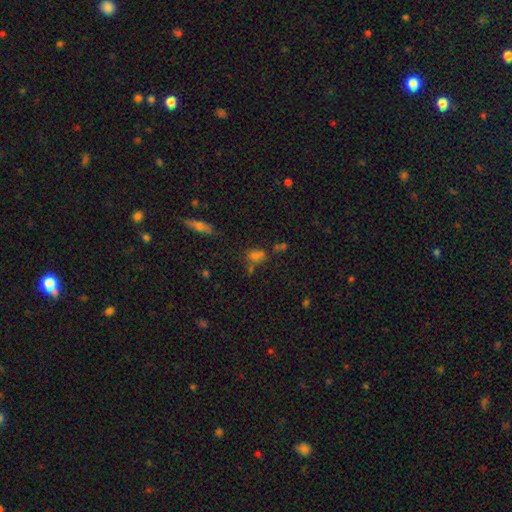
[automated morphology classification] smooth_or_featured: smooth (p=0.57) [alt: star or artifact p=0.30]
how_rounded: in between (p=0.58) [alt: round p=0.36]
merging: none (p=0.55) [alt: merger p=0.23]